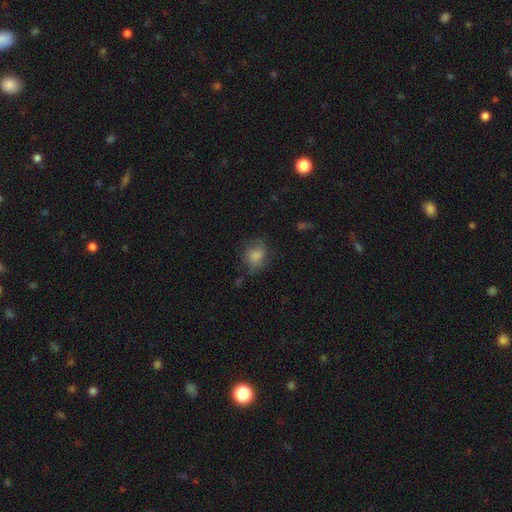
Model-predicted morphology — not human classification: This appears to be a smooth galaxy with no disk features (75%) that is round (53%). Merging: none (55%).